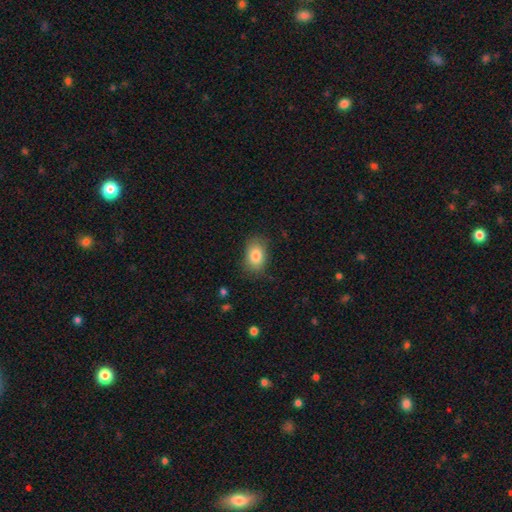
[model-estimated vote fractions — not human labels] This is clearly a smooth galaxy (83%). How rounded: clearly in between (83%). Merging: clearly none (82%).